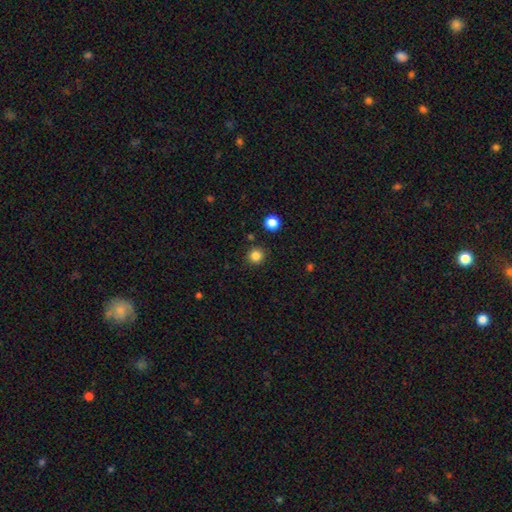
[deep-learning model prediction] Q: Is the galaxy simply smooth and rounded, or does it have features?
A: smooth — 84%.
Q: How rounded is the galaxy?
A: round — 95%.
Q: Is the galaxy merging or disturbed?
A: none — 90%.